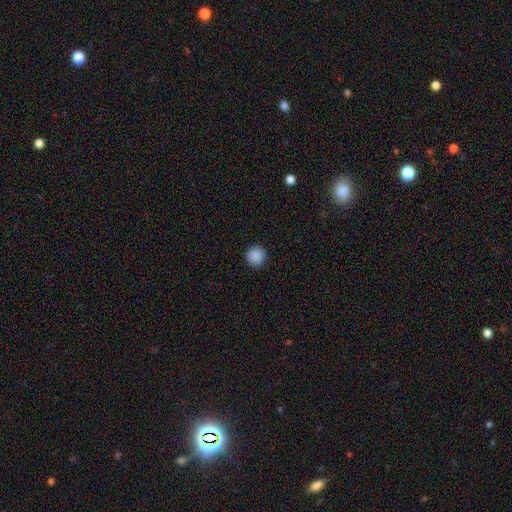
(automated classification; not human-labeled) Smooth or featured?
  - smooth: 89% *
  - star or artifact: 9%
  - featured or disk: 3%
How rounded?
  - round: 95% *
  - in between: 4%
  - cigar-shaped: 1%
Merging?
  - none: 91% *
  - minor disturbance: 6%
  - major disturbance: 2%
  - merger: 1%